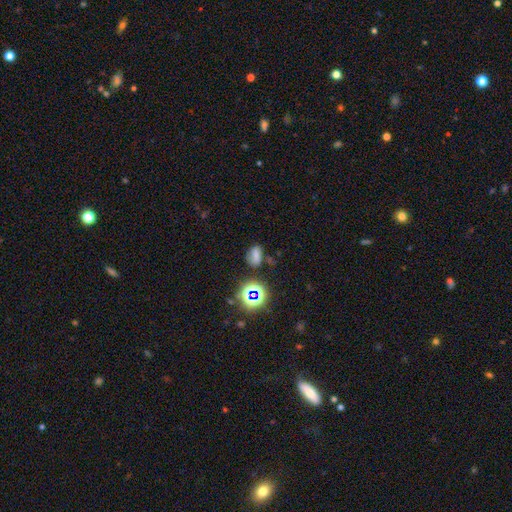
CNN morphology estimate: This is possibly a smooth galaxy (58%). How rounded: likely in between (75%). Merging: likely none (63%).